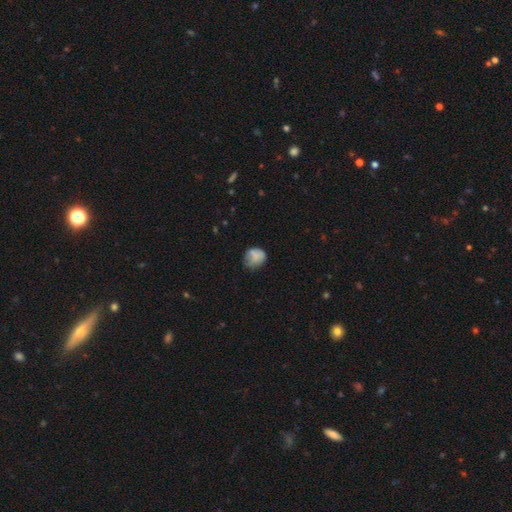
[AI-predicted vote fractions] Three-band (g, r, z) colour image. It shows a smooth galaxy with no disk features (72%) that is round (68%). Merging: none (56%).